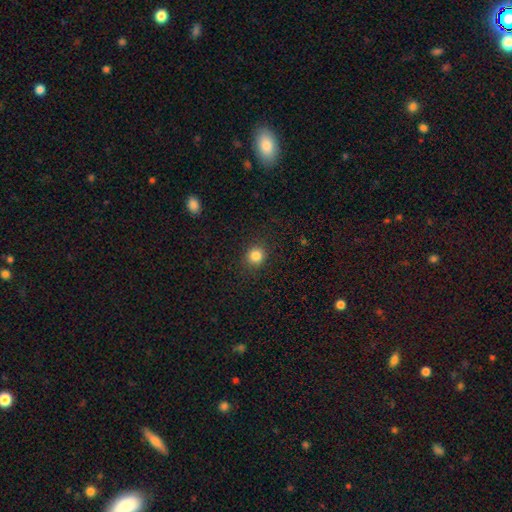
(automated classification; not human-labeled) smooth-or-featured: smooth: 85% | star or artifact: 11% | featured or disk: 4%
  how-rounded: round: 86% | in between: 13% | cigar-shaped: 1%
  merging: none: 89% | minor disturbance: 7% | major disturbance: 3% | merger: 1%